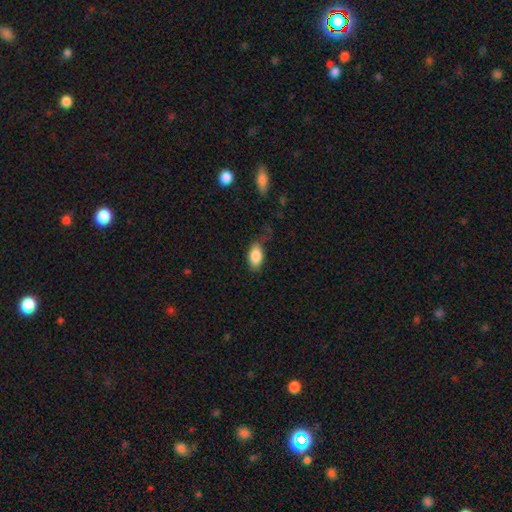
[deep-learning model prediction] smooth 86%, featured or disk 7%, star or artifact 7%. Down the decision tree: how rounded — in between (92%); merging — none (67%).